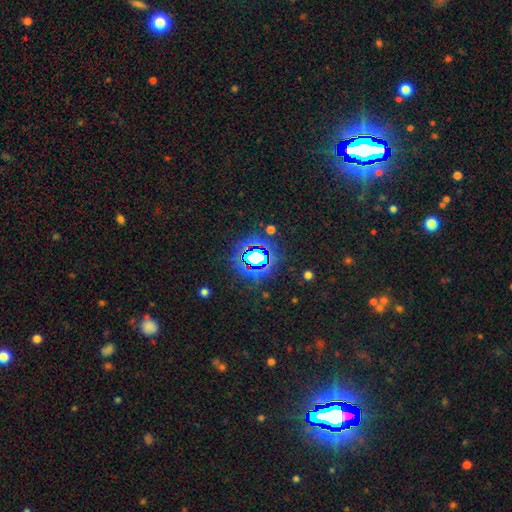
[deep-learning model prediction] Smooth or featured? star or artifact (70%)